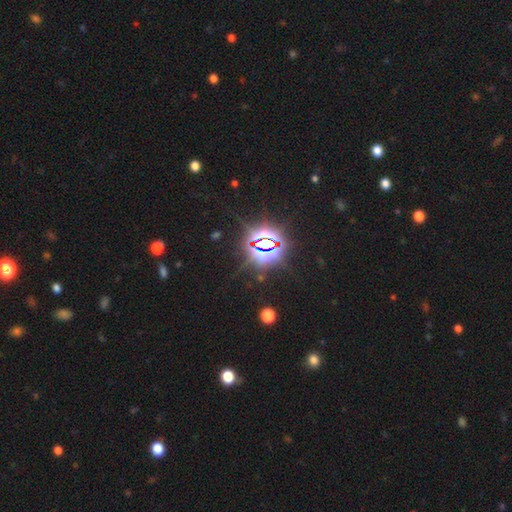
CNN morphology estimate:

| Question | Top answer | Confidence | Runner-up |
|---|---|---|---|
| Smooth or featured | star or artifact | 82% | smooth (10%) |